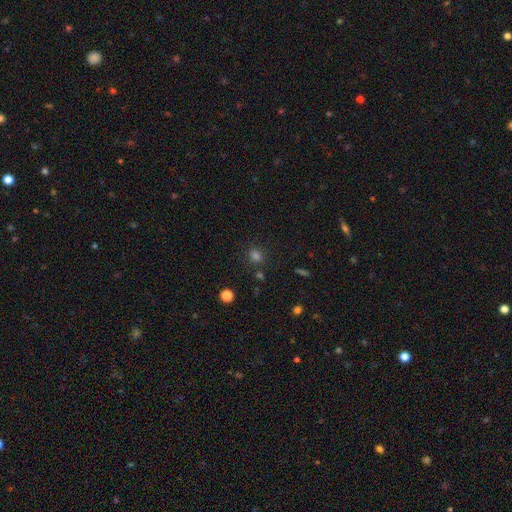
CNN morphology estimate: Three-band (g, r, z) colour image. It shows a smooth galaxy with no disk features (72%) that is round (75%). Merging: none (83%).